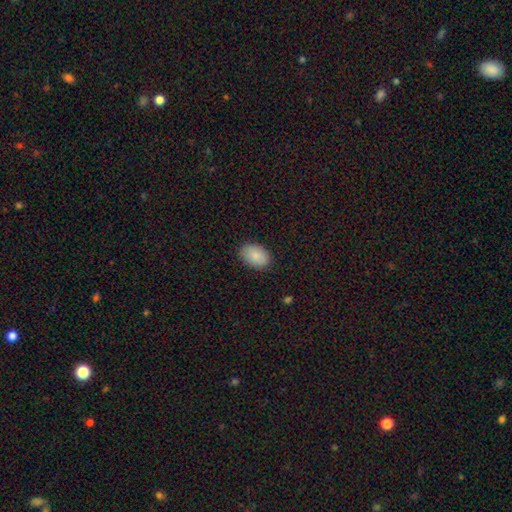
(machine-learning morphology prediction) The model was most divided on "how rounded": in between: 86%, round: 13%, cigar-shaped: 1%. More confident: smooth or featured — smooth (86%); merging — none (86%).